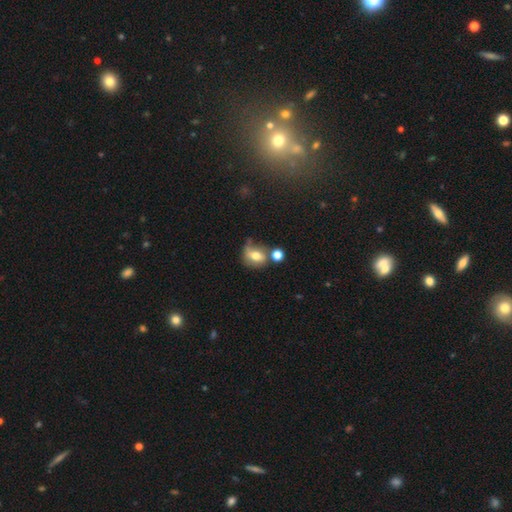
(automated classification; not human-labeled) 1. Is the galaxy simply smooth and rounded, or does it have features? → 62% smooth, 27% featured or disk, 11% star or artifact.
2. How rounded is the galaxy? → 49% round (tied), 49% in between (tied), 2% cigar-shaped.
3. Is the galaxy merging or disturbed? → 38% none, 24% minor disturbance, 23% merger, 15% major disturbance.